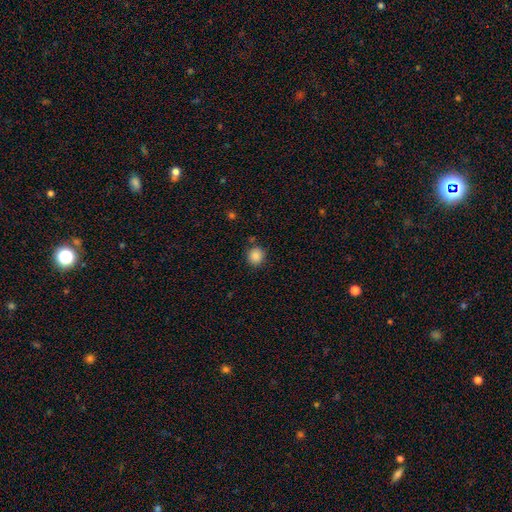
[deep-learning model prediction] Smooth or featured? Predicted: smooth (p=0.86). How rounded? Predicted: round (p=0.89). Merging? Predicted: none (p=0.84).